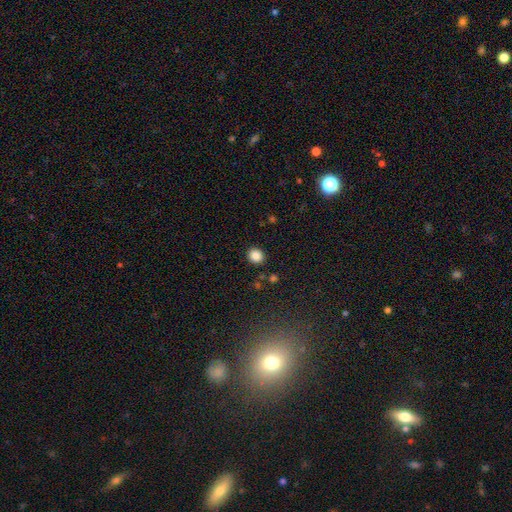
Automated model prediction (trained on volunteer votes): smooth_or_featured: smooth (p=0.86) [alt: star or artifact p=0.10]
how_rounded: round (p=0.77) [alt: in between p=0.23]
merging: none (p=0.89) [alt: minor disturbance p=0.07]